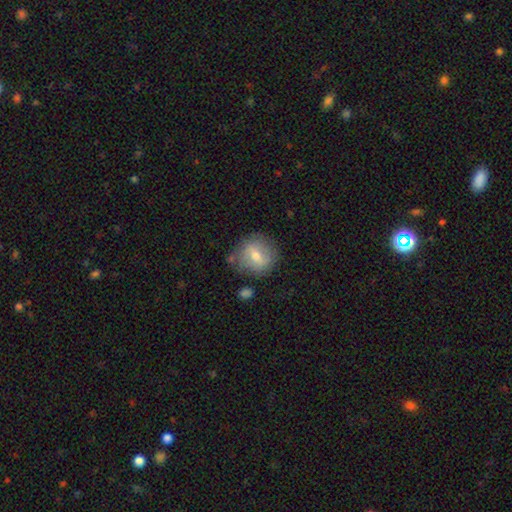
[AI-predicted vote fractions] Smooth or featured?
  - smooth: 57% *
  - featured or disk: 35%
  - star or artifact: 8%
How rounded?
  - round: 85% *
  - in between: 14%
  - cigar-shaped: 1%
Merging?
  - none: 74% *
  - minor disturbance: 16%
  - major disturbance: 5%
  - merger: 4%